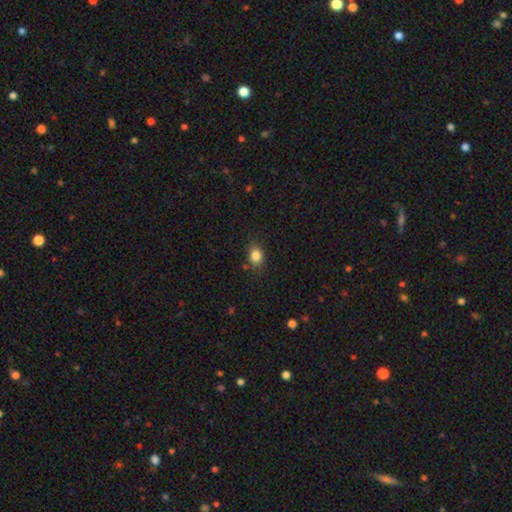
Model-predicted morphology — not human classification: smooth_or_featured: smooth (p=0.84) [alt: star or artifact p=0.10]
how_rounded: in between (p=0.55) [alt: round p=0.43]
merging: none (p=0.78) [alt: minor disturbance p=0.16]